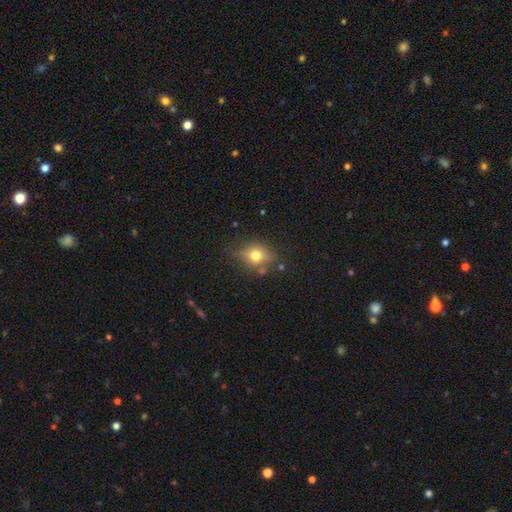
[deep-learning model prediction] The model was most divided on "how rounded": round: 50%, in between: 47%, cigar-shaped: 3%. More confident: merging — none (74%); smooth or featured — smooth (66%).